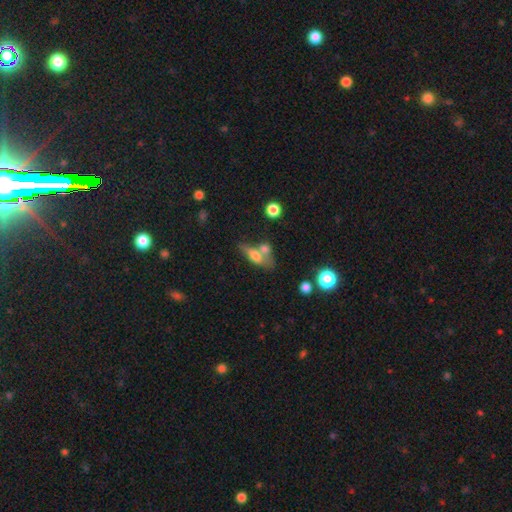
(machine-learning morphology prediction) smooth 59%, featured or disk 31%, star or artifact 10%. Down the decision tree: how rounded — in between (61%); merging — merger (41%).